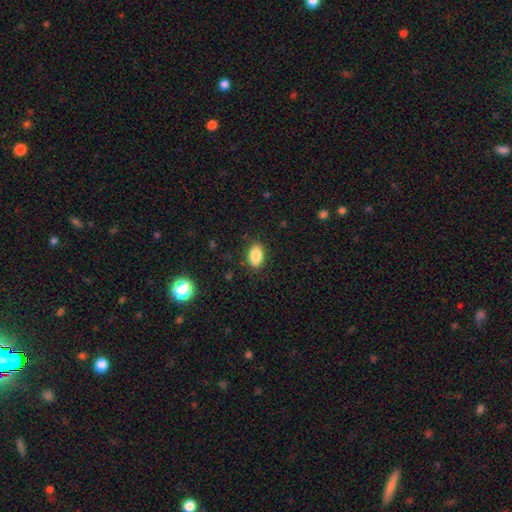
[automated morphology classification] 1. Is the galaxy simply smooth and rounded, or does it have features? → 86% smooth, 8% star or artifact, 6% featured or disk.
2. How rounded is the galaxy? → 91% in between, 7% round, 3% cigar-shaped.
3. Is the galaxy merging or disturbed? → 87% none, 9% minor disturbance, 2% major disturbance, 1% merger.